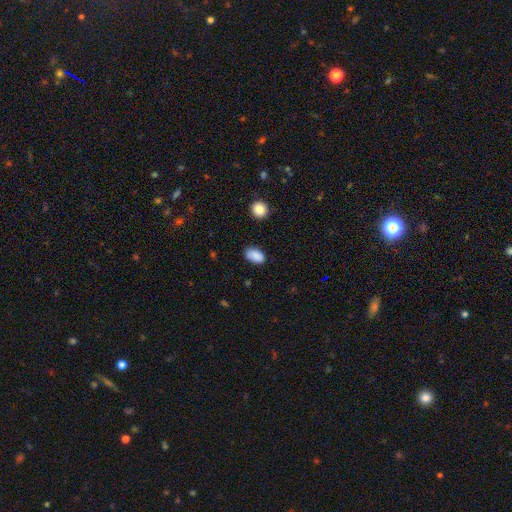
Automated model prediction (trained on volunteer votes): smooth-or-featured: smooth: 87% | star or artifact: 8% | featured or disk: 5%
  how-rounded: in between: 90% | round: 8% | cigar-shaped: 1%
  merging: none: 80% | minor disturbance: 15% | major disturbance: 3% | merger: 2%